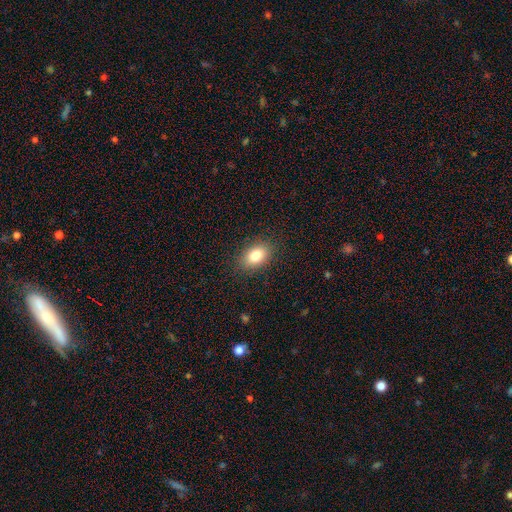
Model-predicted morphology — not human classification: type=smooth (82%); roundness=in between (83%); merging=none (87%).